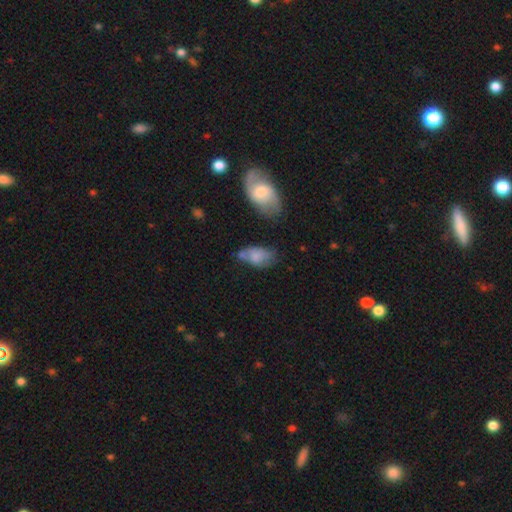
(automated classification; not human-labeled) smooth_or_featured: smooth (p=0.72) [alt: featured or disk p=0.20]
how_rounded: in between (p=0.92) [alt: round p=0.05]
merging: none (p=0.41) [alt: minor disturbance p=0.31]